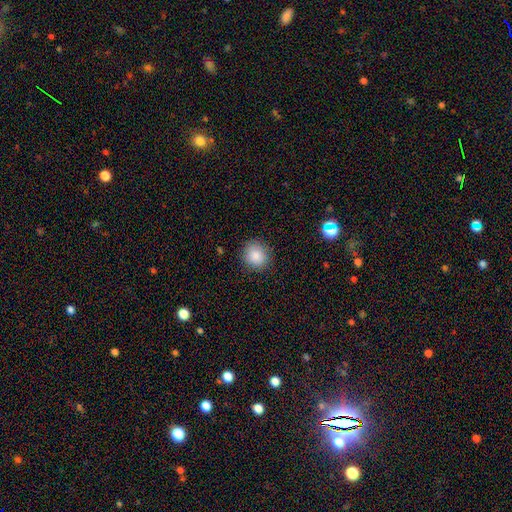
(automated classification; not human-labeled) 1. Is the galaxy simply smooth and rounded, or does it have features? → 86% smooth, 9% star or artifact, 5% featured or disk.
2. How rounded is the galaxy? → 84% round, 15% in between, 1% cigar-shaped.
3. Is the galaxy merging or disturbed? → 87% none, 9% minor disturbance, 2% major disturbance, 1% merger.